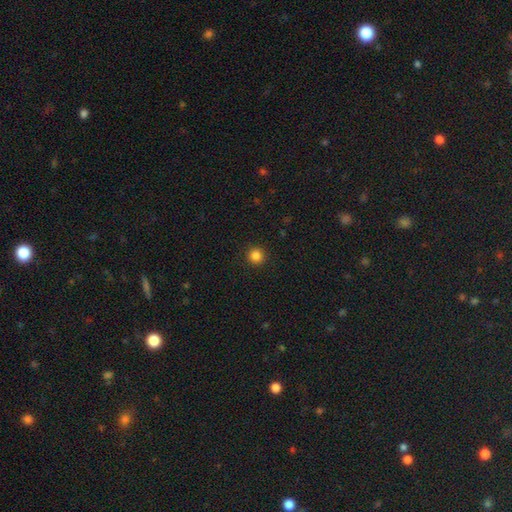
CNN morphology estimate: smooth 84%, star or artifact 12%, featured or disk 3%. Down the decision tree: how rounded — round (94%); merging — none (92%).